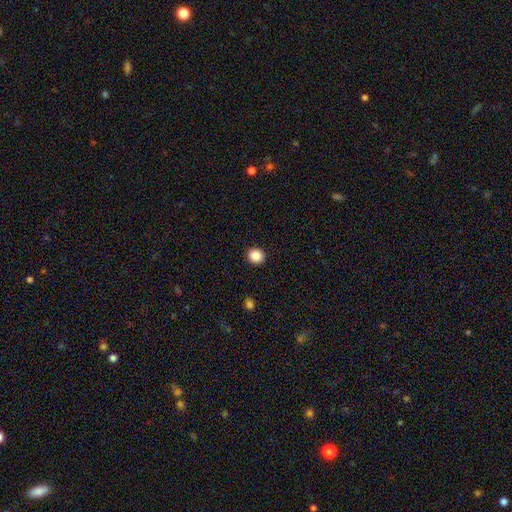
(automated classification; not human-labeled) Morphology: type=smooth (87%); roundness=round (90%); merging=none (93%).